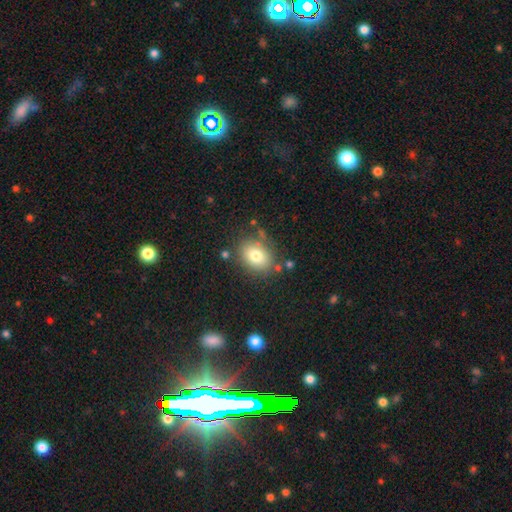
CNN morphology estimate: Smooth or featured? smooth (77%)
How rounded? in between (54%)
Merging? none (78%)